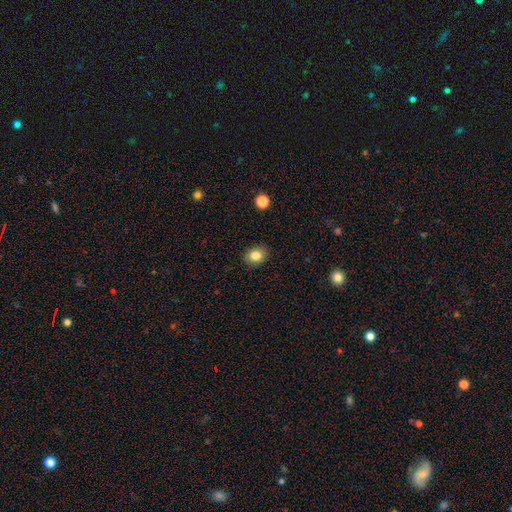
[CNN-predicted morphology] Smooth or featured: smooth — 83% (star or artifact — 10%)
How rounded: round — 51% (in between — 48%)
Merging: none — 87% (minor disturbance — 9%)